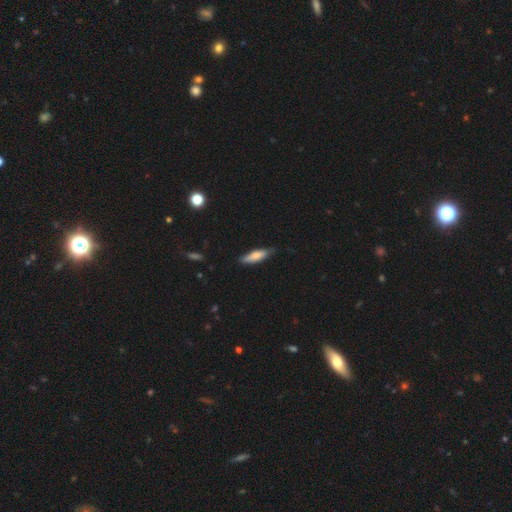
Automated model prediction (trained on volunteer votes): This appears to be a smooth galaxy with no disk features (71%) that is cigar-shaped (61%). Merging: none (76%).